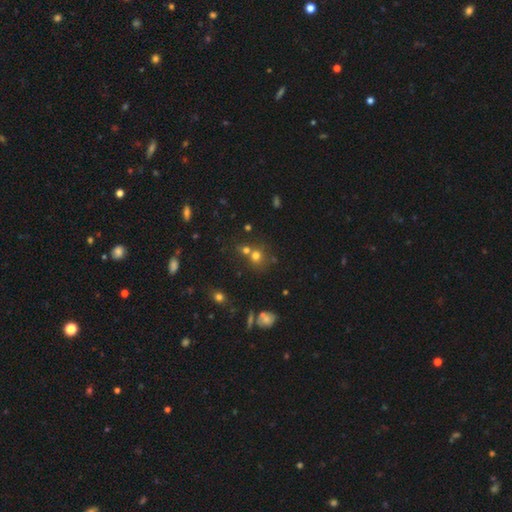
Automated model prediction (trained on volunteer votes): smooth_or_featured: smooth (p=0.65) [alt: star or artifact p=0.23]
how_rounded: round (p=0.84) [alt: in between p=0.15]
merging: none (p=0.52) [alt: merger p=0.36]